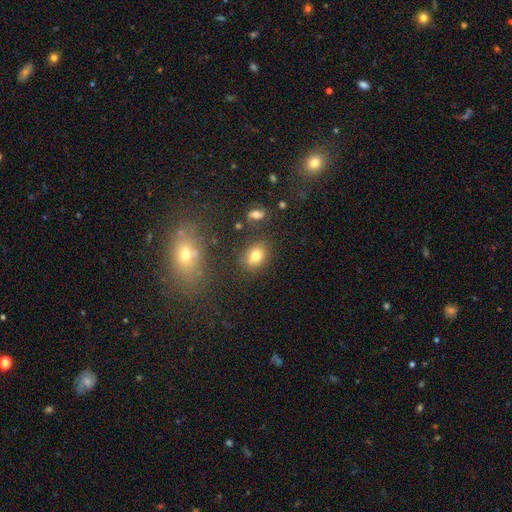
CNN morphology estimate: This is likely a smooth galaxy (76%). How rounded: likely in between (66%). Merging: likely none (78%).